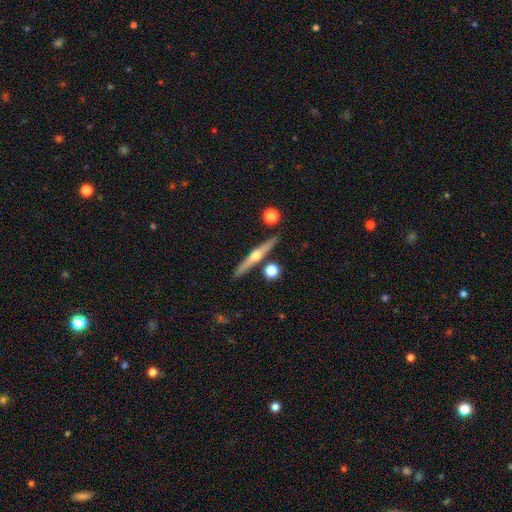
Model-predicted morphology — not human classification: Overall: featured or disk (72%). Edge-on disk: yes (97%). Edge-on bulge: rounded (91%). Merging: none (86%).